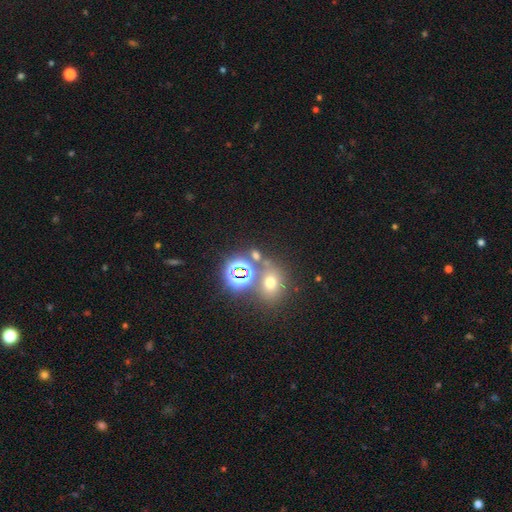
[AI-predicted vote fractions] smooth-or-featured: star or artifact: 47% | smooth: 43% | featured or disk: 10%